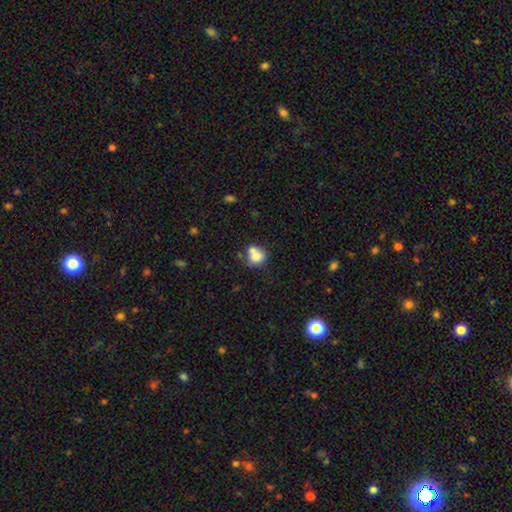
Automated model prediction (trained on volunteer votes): Morphology: type=smooth (76%); roundness=round (72%); merging=none (41%).